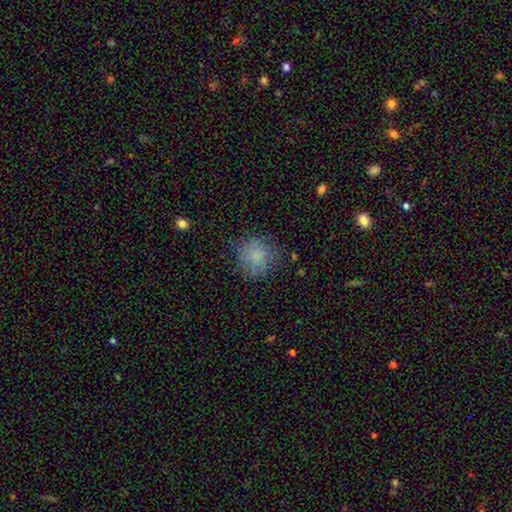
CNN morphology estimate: Smooth or featured?
  - smooth: 75% *
  - featured or disk: 15%
  - star or artifact: 10%
How rounded?
  - round: 85% *
  - in between: 14%
  - cigar-shaped: 1%
Merging?
  - none: 69% *
  - minor disturbance: 21%
  - major disturbance: 8%
  - merger: 2%